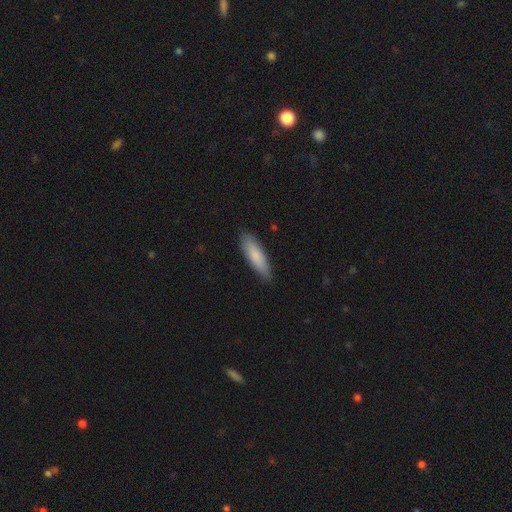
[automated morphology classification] Overall: smooth (84%). How rounded: cigar-shaped (59%; in between 39%). Merging: none (85%).